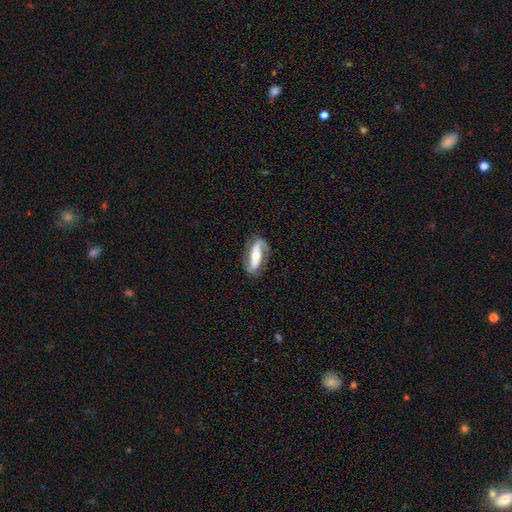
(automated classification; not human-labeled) This appears to be a featured or disk galaxy (78%) with a strong bar (52%), 2 (82%) loose (39%) spiral arms (89%) and a moderate central bulge (62%). Merging: none (77%).